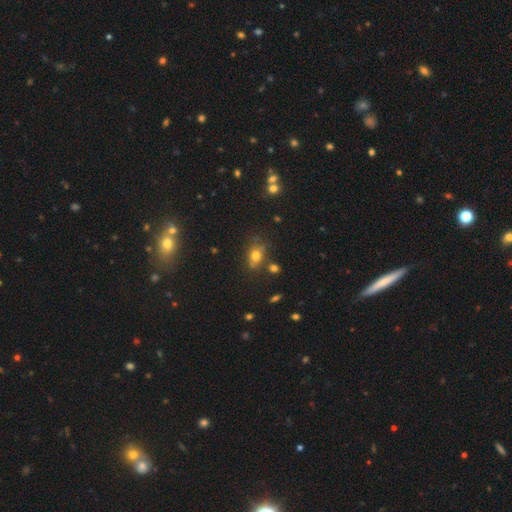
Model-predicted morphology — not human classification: Smooth or featured? Predicted: smooth (p=0.68). How rounded? Predicted: in between (p=0.64). Merging? Predicted: none (p=0.65).